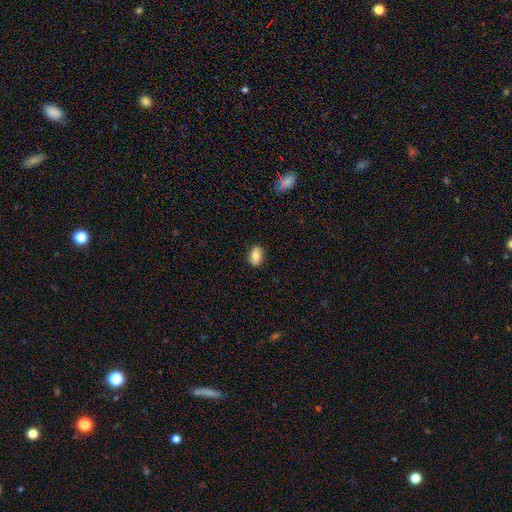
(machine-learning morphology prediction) Overall: smooth (80%). How rounded: in between (75%). Merging: none (87%).